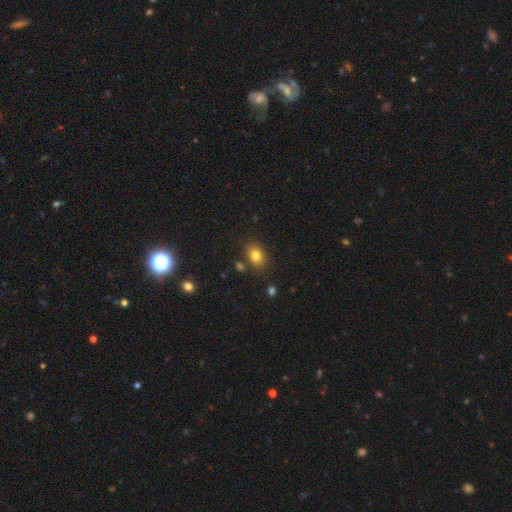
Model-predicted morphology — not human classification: smooth_or_featured: smooth (p=0.82) [alt: star or artifact p=0.11]
how_rounded: in between (p=0.61) [alt: round p=0.38]
merging: none (p=0.79) [alt: minor disturbance p=0.12]